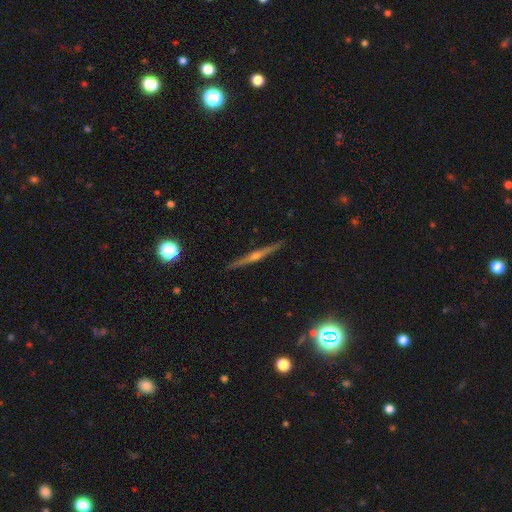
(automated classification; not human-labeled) This appears to be a featured or disk galaxy (78%) viewed edge-on (98%) with a rounded central bulge (83%). Merging: none (92%).